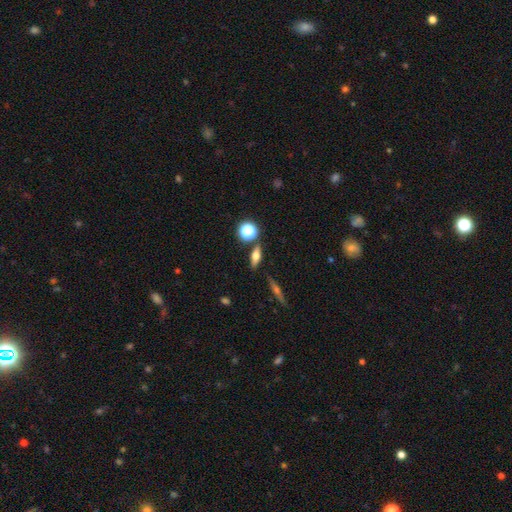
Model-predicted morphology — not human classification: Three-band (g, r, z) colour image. It shows a smooth galaxy with no disk features (51%) that is in between round and cigar-shaped (52%). Merging: none (81%).